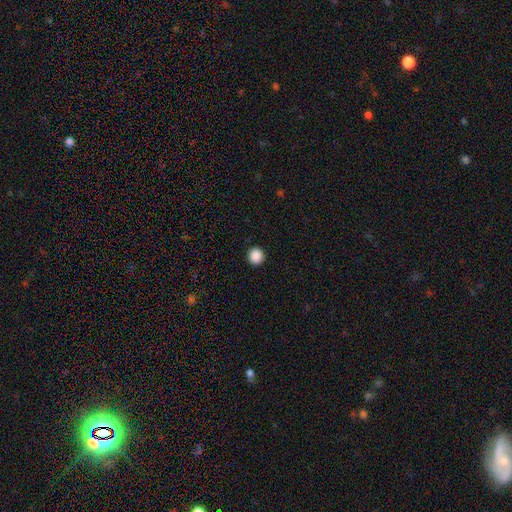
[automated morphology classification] Smooth or featured? Predicted: smooth (p=0.88). How rounded? Predicted: round (p=0.95). Merging? Predicted: none (p=0.93).